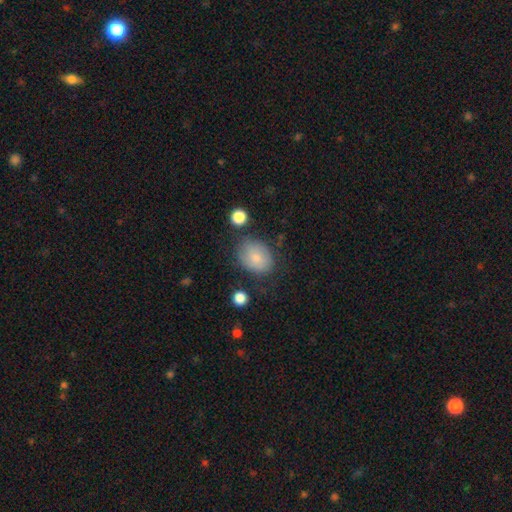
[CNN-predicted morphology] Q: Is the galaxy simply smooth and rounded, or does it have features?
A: smooth — 80%.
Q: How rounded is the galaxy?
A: in between — 62%.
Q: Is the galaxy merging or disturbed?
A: none — 69%.